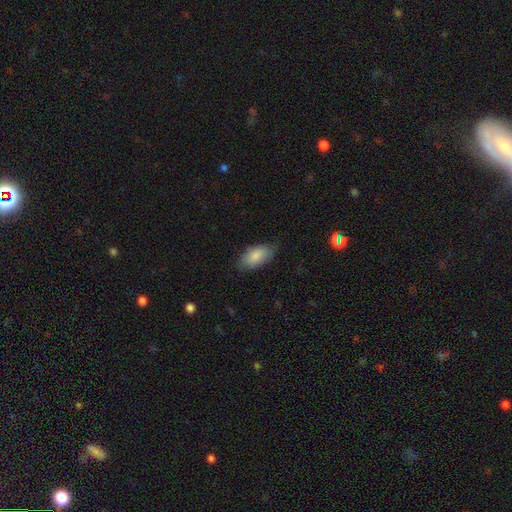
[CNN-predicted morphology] Smooth or featured: smooth — 84% (featured or disk — 10%)
How rounded: in between — 92% (cigar-shaped — 5%)
Merging: none — 73% (minor disturbance — 22%)